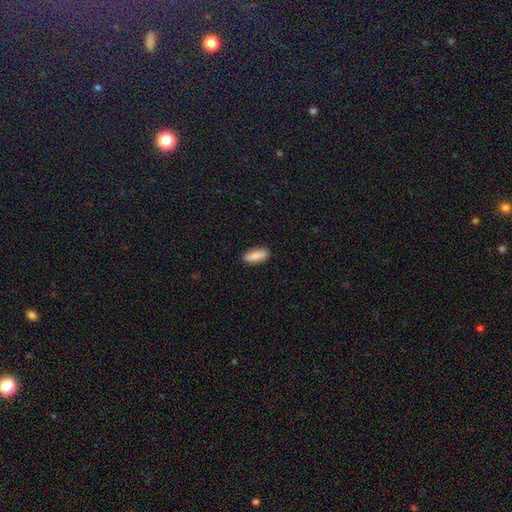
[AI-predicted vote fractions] Morphology: type=smooth (86%); roundness=in between (74%); merging=none (88%).